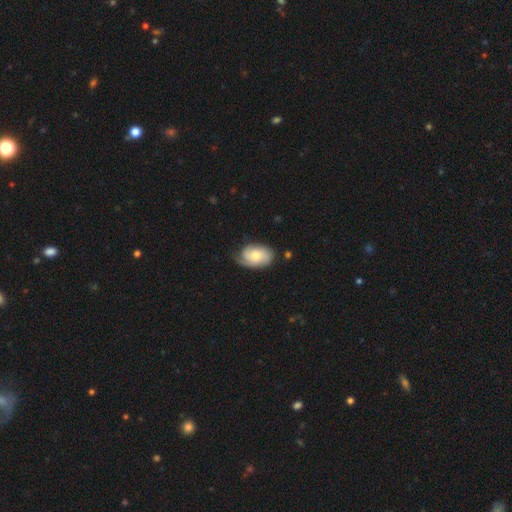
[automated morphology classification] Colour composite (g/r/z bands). It shows a smooth galaxy with no disk features (53%) that is in between round and cigar-shaped (87%). Merging: none (59%).